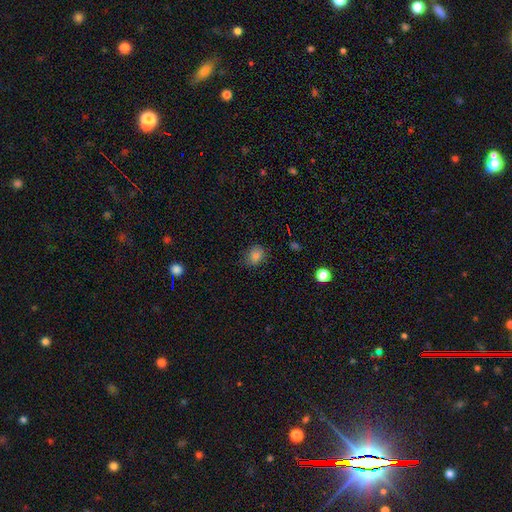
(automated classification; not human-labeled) This appears to be a smooth galaxy with no disk features (80%) that is round (55%). Merging: none (78%).